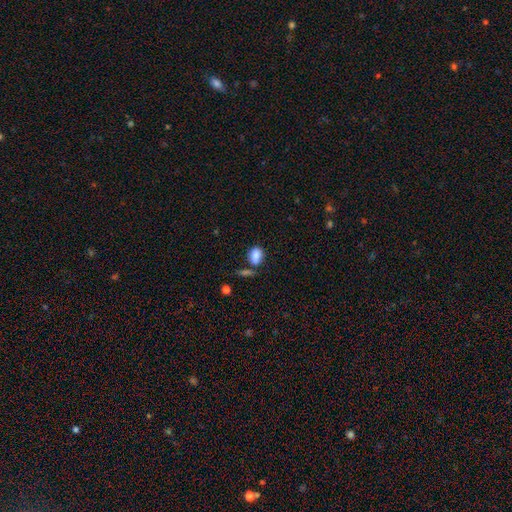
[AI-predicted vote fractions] Smooth or featured? Predicted: smooth (p=0.84). How rounded? Predicted: in between (p=0.66). Merging? Predicted: none (p=0.55).